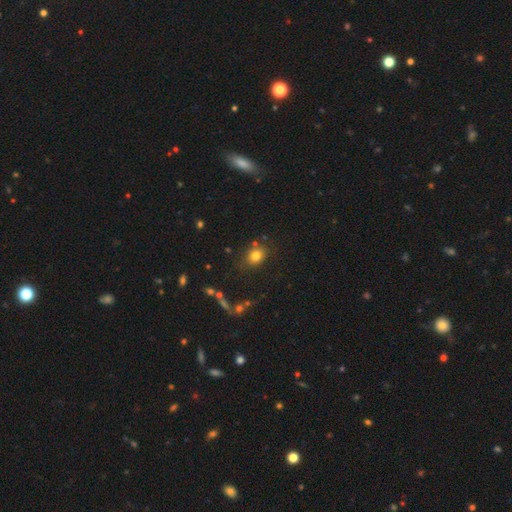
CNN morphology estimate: This appears to be a smooth galaxy with no disk features (78%) that is round (55%). Merging: none (78%).